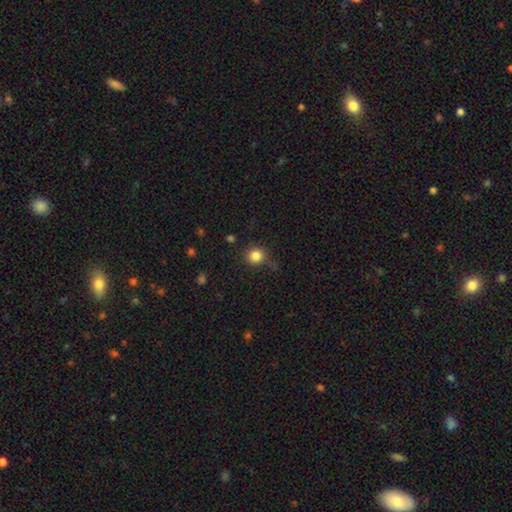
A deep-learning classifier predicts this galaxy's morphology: This appears to be a smooth galaxy with no disk features (84%) that is round (90%). Merging: none (78%).